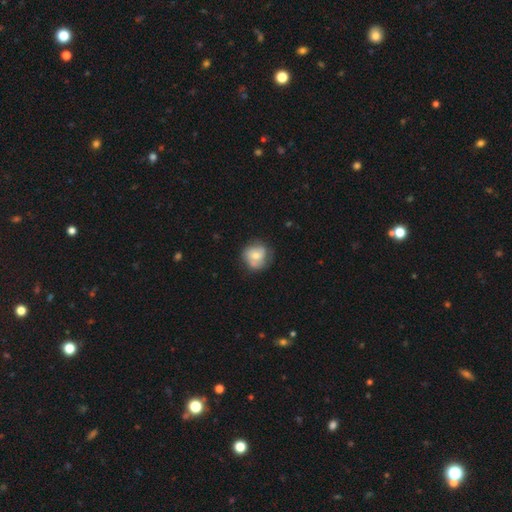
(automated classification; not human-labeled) The model was most divided on "smooth or featured": smooth: 59%, featured or disk: 33%, star or artifact: 8%. More confident: how rounded — round (81%); merging — none (60%).